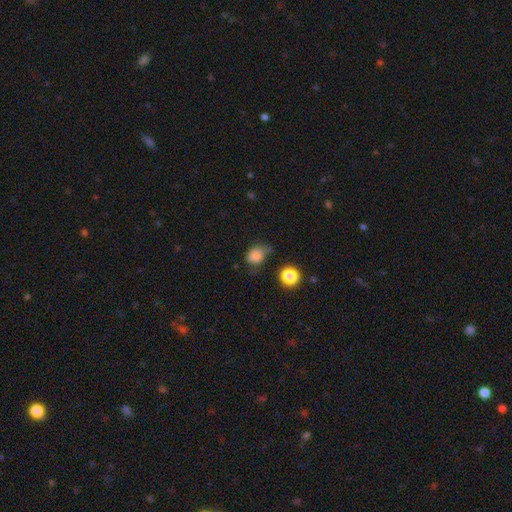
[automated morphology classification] Smooth or featured? smooth (80%)
How rounded? in between (57%)
Merging? none (41%)